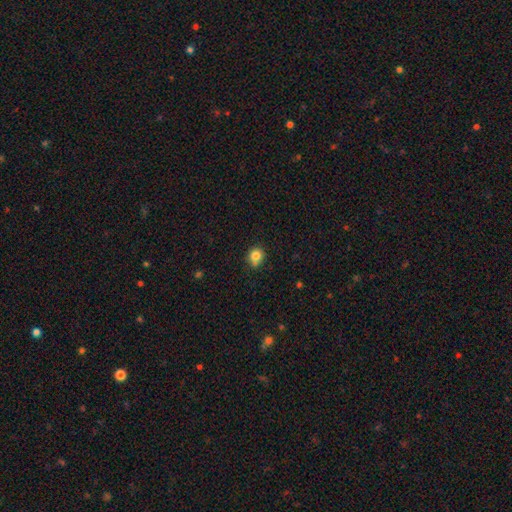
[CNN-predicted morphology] Overall: smooth (82%). How rounded: round (81%). Merging: none (69%).